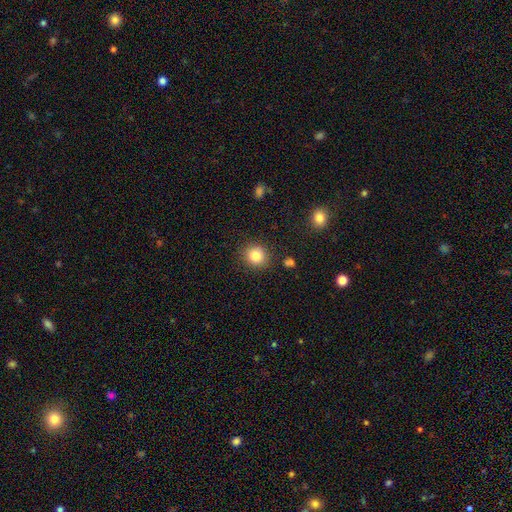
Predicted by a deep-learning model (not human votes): The model was most divided on "how rounded": round: 84%, in between: 15%, cigar-shaped: 1%. More confident: merging — none (87%); smooth or featured — smooth (83%).